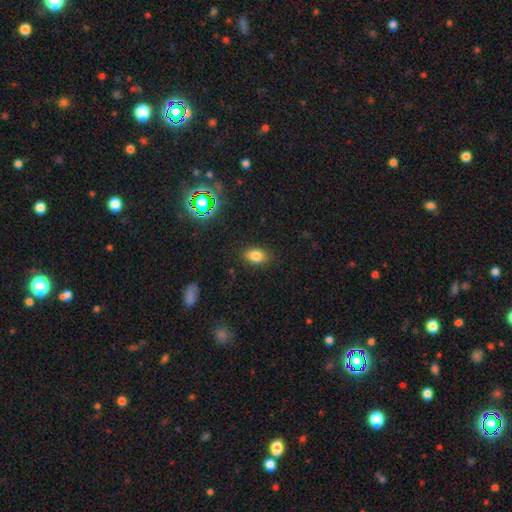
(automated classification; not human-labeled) This is clearly a smooth galaxy (81%). How rounded: clearly in between (81%). Merging: clearly none (85%).